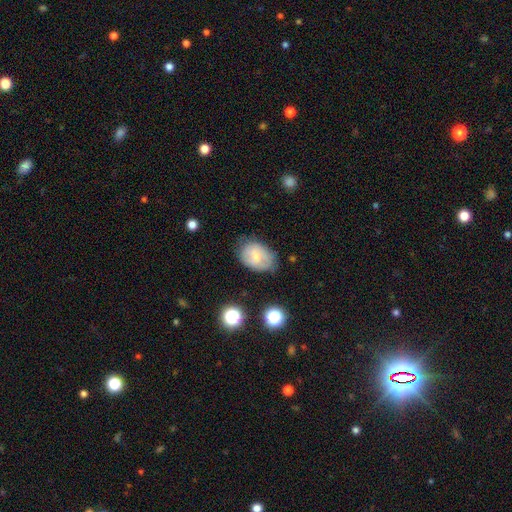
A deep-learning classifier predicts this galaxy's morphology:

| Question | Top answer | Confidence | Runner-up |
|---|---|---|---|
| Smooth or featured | smooth | 63% | featured or disk (27%) |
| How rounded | in between | 78% | round (21%) |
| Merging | none | 63% | minor disturbance (27%) |